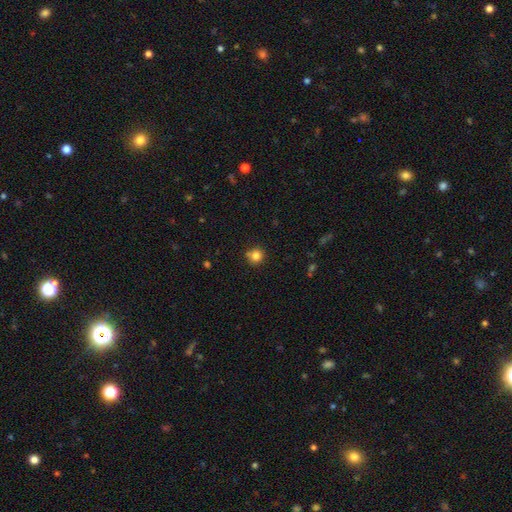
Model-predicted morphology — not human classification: A smooth galaxy with no disk features (82%) that is round (92%). Merging: none (78%).